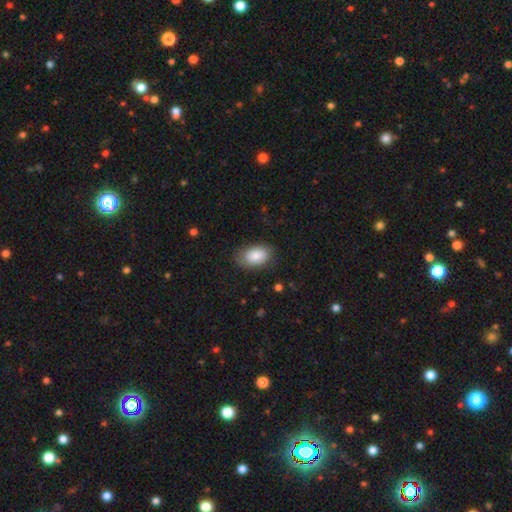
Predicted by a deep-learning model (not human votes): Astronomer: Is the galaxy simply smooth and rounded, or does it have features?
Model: smooth — 84%.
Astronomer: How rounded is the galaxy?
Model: in between — 88%.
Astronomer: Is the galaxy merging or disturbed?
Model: none — 77%.